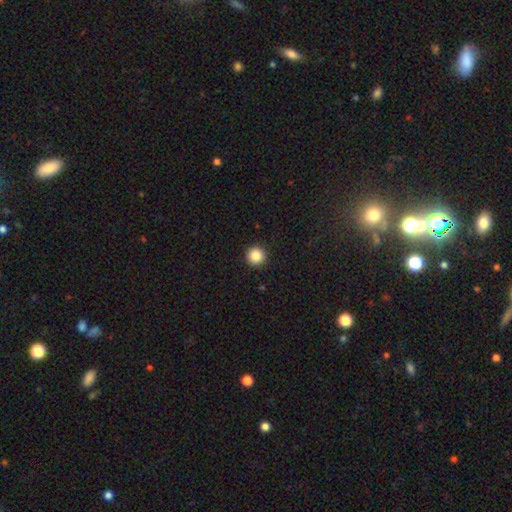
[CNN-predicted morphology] type=smooth (87%); roundness=round (96%); merging=none (94%).